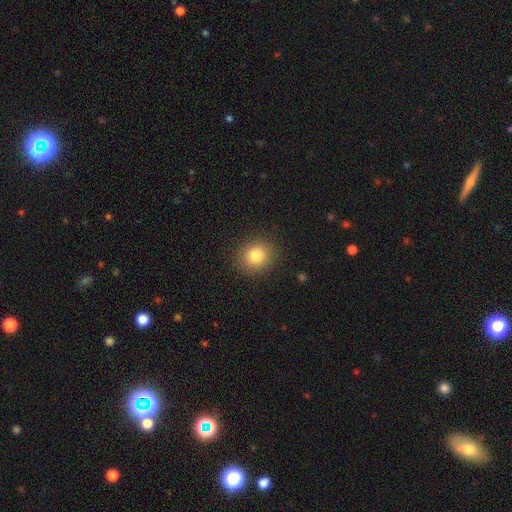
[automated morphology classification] type=smooth (83%); roundness=round (82%); merging=none (89%).